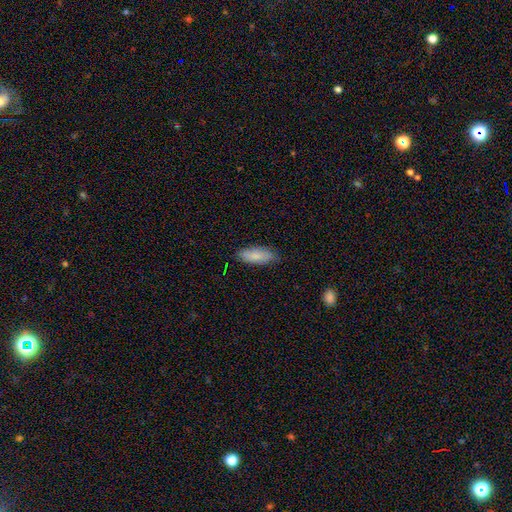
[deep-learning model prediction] Smooth or featured?
  - smooth: 84% *
  - featured or disk: 10%
  - star or artifact: 6%
How rounded?
  - in between: 70% *
  - cigar-shaped: 28%
  - round: 2%
Merging?
  - none: 81% *
  - minor disturbance: 15%
  - major disturbance: 3%
  - merger: 1%